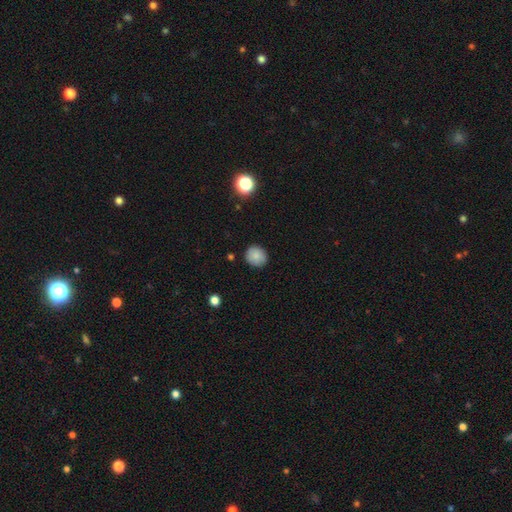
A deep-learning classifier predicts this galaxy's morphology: A smooth galaxy with no disk features (84%) that is round (84%).

Vote fractions:
- Smooth or featured? smooth: 84% / star or artifact: 9% / featured or disk: 7%
- How rounded? round: 84% / in between: 15% / cigar-shaped: 1%
- Merging? none: 86% / minor disturbance: 10% / major disturbance: 2% / merger: 1%